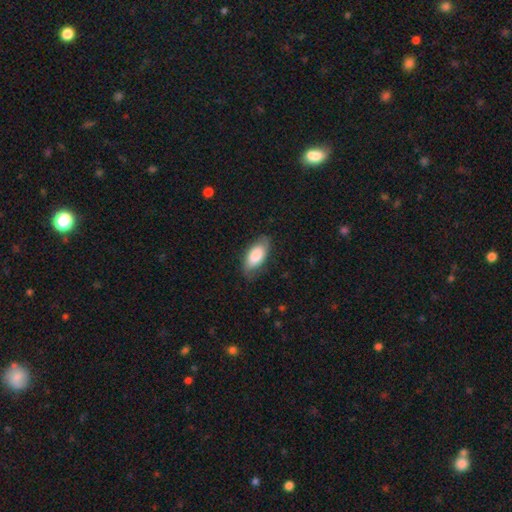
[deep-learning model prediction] Smooth or featured?
  - smooth: 75% *
  - featured or disk: 19%
  - star or artifact: 6%
How rounded?
  - in between: 90% *
  - cigar-shaped: 7%
  - round: 3%
Merging?
  - none: 75% *
  - minor disturbance: 19%
  - major disturbance: 5%
  - merger: 1%